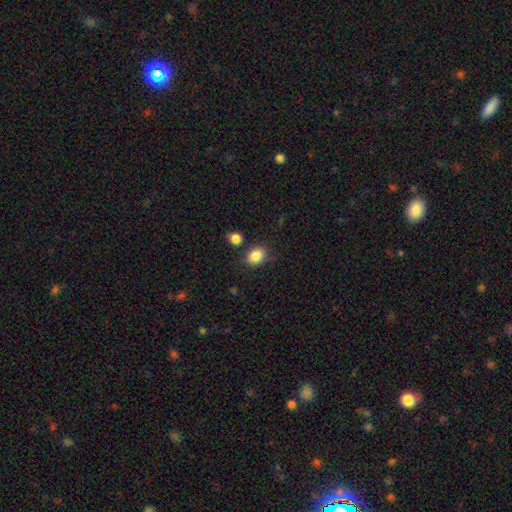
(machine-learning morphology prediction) Overall: smooth (86%). How rounded: in between (61%; round 38%). Merging: none (78%).